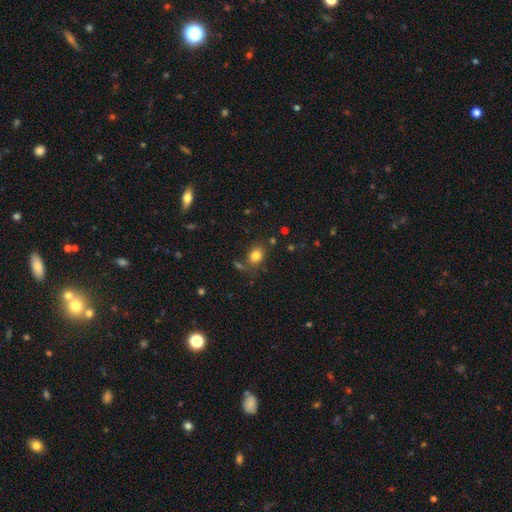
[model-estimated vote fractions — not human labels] Morphology: type=smooth (82%); roundness=round (53%); merging=none (73%).